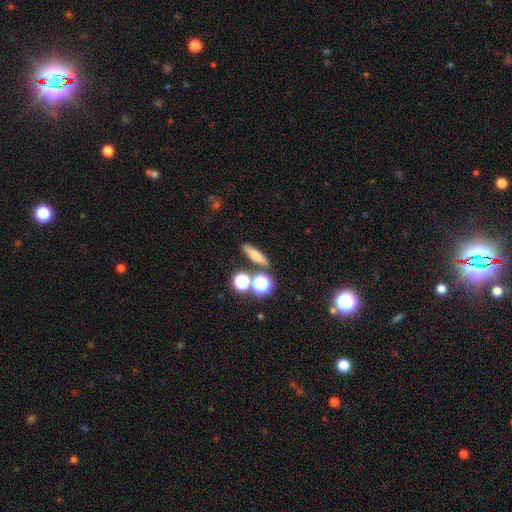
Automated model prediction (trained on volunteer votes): Smooth or featured: smooth — 65% (featured or disk — 19%)
How rounded: cigar-shaped — 46% (in between — 31%)
Merging: none — 77% (merger — 11%)